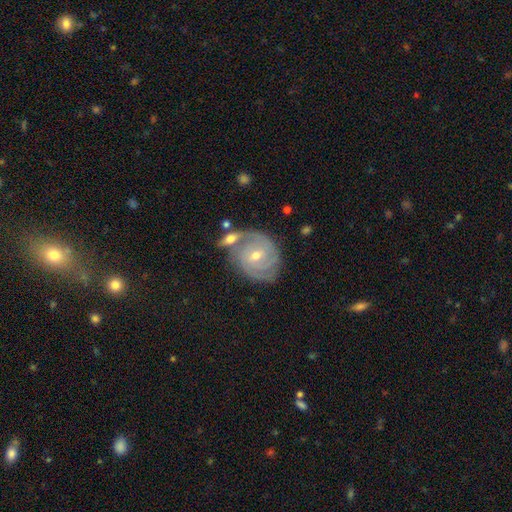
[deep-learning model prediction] Smooth or featured: featured or disk — 83% (smooth — 10%)
Edge-on disk: no — 97% (yes — 3%)
Bar: no — 49% (weak — 41%)
Spiral arms: yes — 96% (no — 4%)
Spiral winding: tight — 72% (medium — 23%)
Spiral arm count: 2 — 32% (3 — 28%)
Bulge size: moderate — 50% (small — 47%)
Merging: none — 63% (merger — 16%)